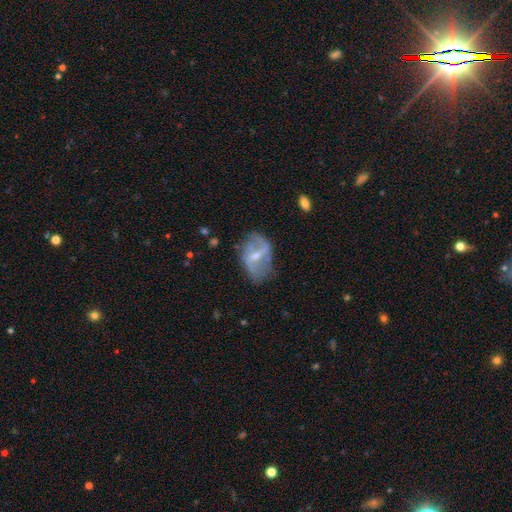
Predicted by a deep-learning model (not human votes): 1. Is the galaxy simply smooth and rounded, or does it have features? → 71% featured or disk, 22% smooth, 7% star or artifact.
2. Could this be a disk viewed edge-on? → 94% no, 6% yes.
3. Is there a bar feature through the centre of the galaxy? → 45% weak, 39% strong, 16% no.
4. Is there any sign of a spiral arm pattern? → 67% yes, 33% no.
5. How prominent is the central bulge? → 52% small, 37% moderate, 9% none, 2% large, 1% dominant.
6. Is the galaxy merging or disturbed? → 57% none, 25% minor disturbance, 15% major disturbance, 3% merger.